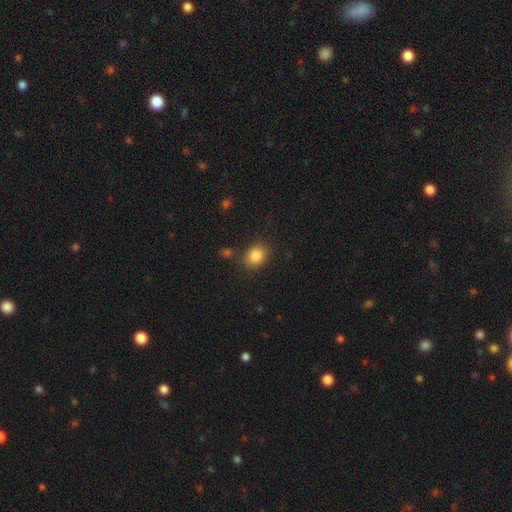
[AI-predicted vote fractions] A smooth galaxy with no disk features (85%) that is round (55%). Merging: none (82%).